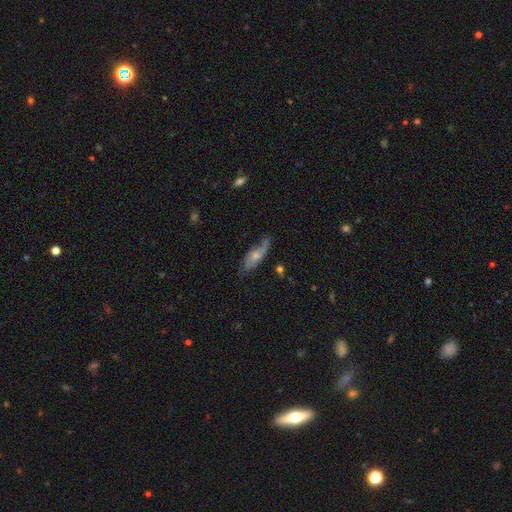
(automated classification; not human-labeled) smooth-or-featured: featured or disk: 54% | smooth: 39% | star or artifact: 7%
  disk-edge-on: no: 80% | yes: 20%
  merging: none: 54% | minor disturbance: 29% | major disturbance: 14% | merger: 3%